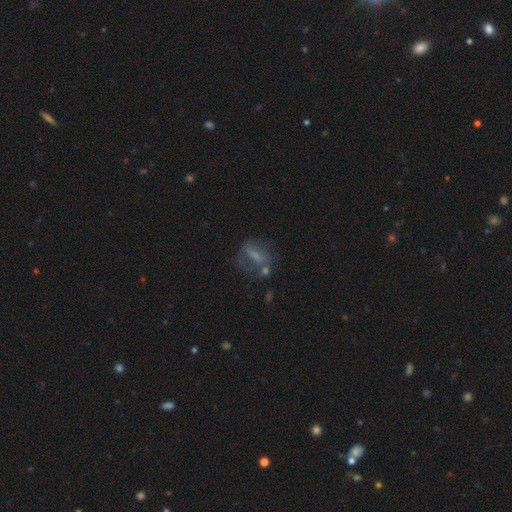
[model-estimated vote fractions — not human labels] A smooth galaxy with no disk features (48%). Merging: none (43%).